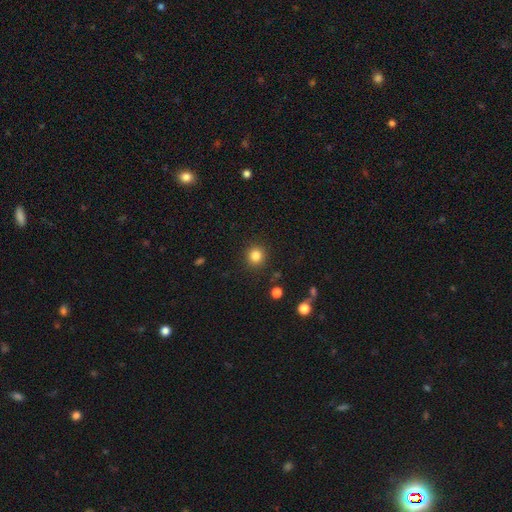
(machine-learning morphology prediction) A smooth galaxy with no disk features (83%) that is round (93%). Merging: none (90%).